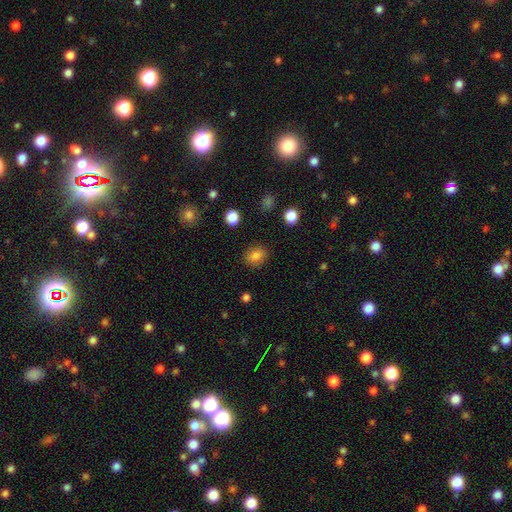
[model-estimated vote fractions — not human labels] Smooth or featured: smooth — 84% (star or artifact — 11%)
How rounded: round — 62% (in between — 37%)
Merging: none — 86% (minor disturbance — 10%)